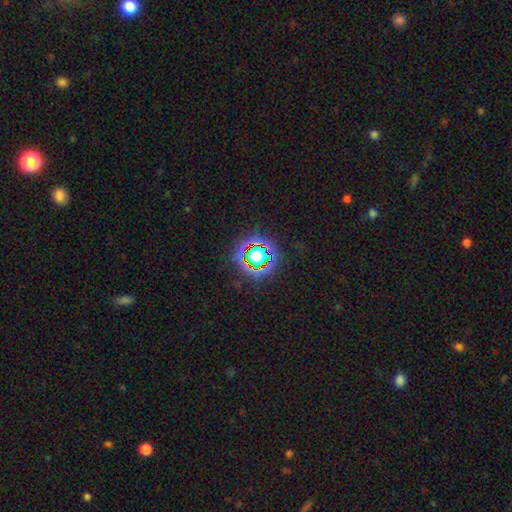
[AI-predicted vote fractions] Q: Smooth or featured?
A: star or artifact (62%); runner-up: smooth (26%)